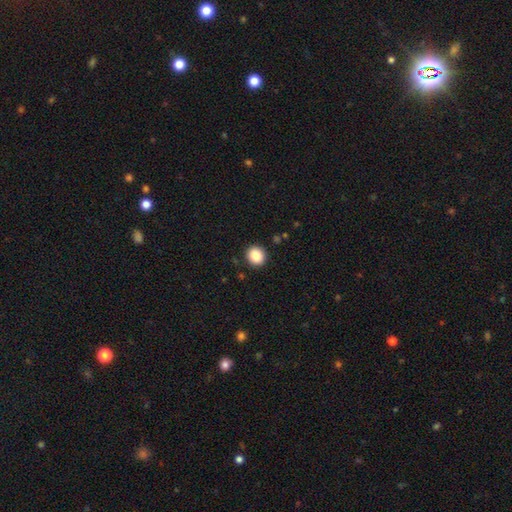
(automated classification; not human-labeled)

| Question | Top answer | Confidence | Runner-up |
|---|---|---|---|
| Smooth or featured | smooth | 87% | star or artifact (9%) |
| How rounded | round | 87% | in between (12%) |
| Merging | none | 91% | minor disturbance (6%) |